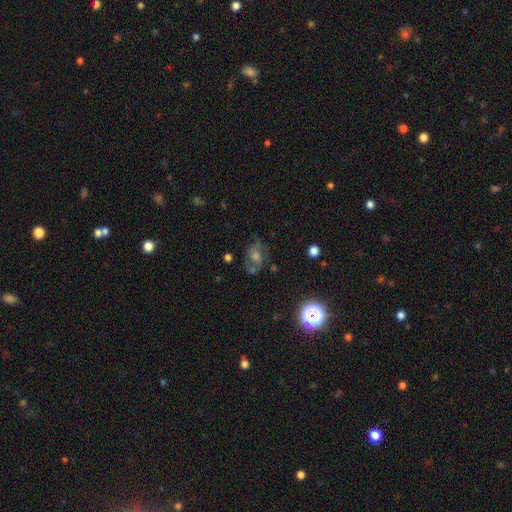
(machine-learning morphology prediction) featured or disk 49%, smooth 26%, star or artifact 25%. Down the decision tree: merging — none (67%).